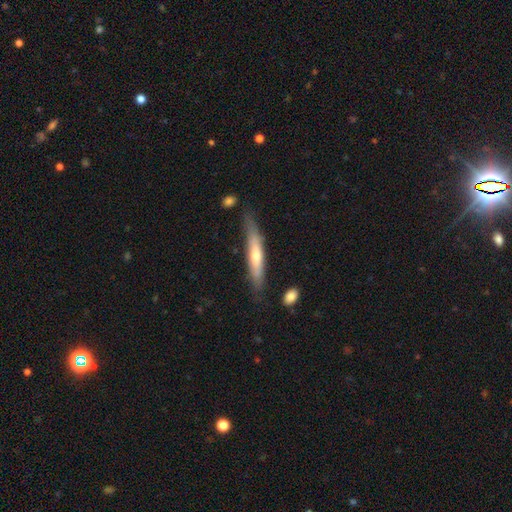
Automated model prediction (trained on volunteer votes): This is possibly a featured or disk galaxy (50%). Merging: likely none (74%).